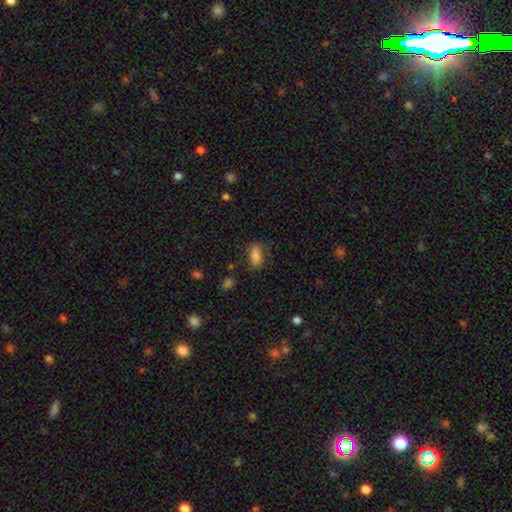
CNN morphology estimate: This is clearly a smooth galaxy (80%). How rounded: clearly in between (86%). Merging: likely none (72%).